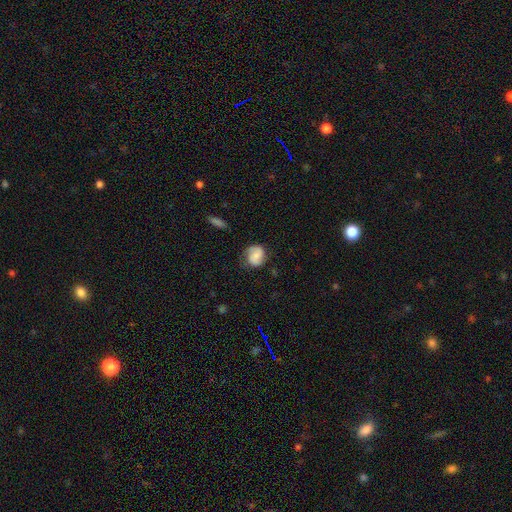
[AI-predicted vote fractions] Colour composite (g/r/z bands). It shows a smooth galaxy with no disk features (48%). Merging: none (67%).